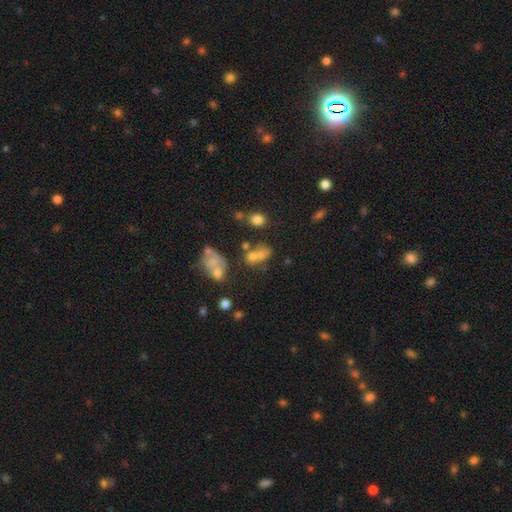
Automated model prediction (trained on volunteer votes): Overall: smooth (60%; featured or disk 22%). How rounded: in between (53%; round 45%). Merging: merger (45%; none 30%).